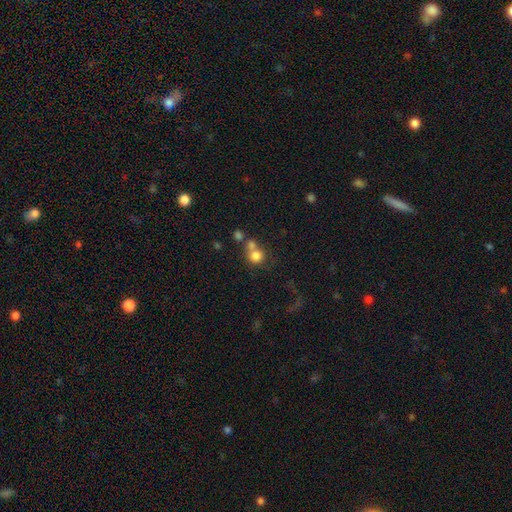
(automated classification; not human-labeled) Overall: smooth (77%). How rounded: round (87%). Merging: merger (47%; none 40%).